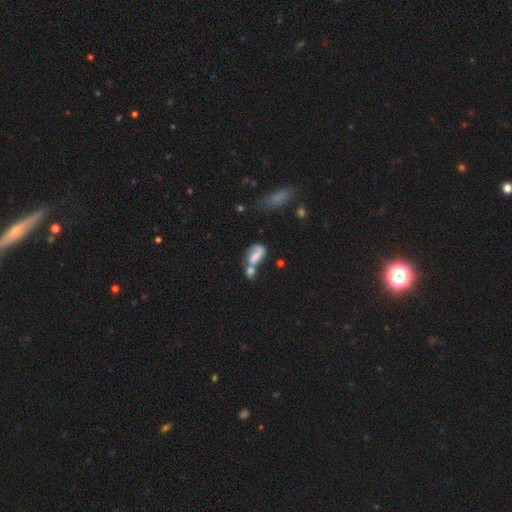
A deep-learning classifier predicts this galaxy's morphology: Smooth or featured? Predicted: smooth (p=0.56). How rounded? Predicted: in between (p=0.83). Merging? Predicted: merger (p=0.55).